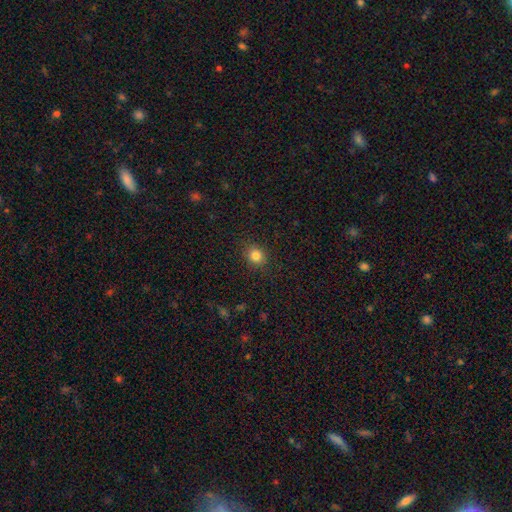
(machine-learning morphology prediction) A smooth galaxy with no disk features (83%) that is round (78%). Merging: none (89%).